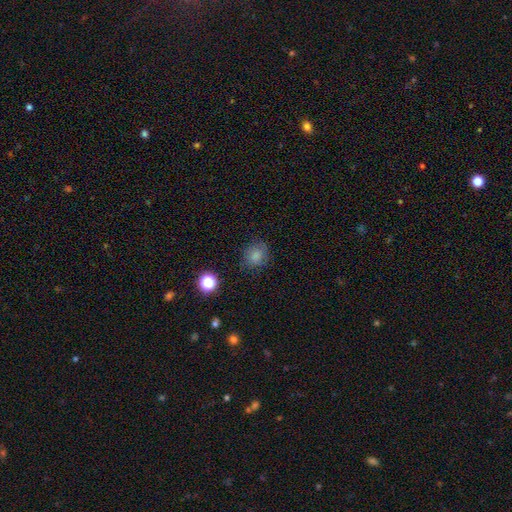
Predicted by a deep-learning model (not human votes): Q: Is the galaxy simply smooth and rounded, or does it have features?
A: smooth — 80%.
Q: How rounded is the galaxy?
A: round — 67%.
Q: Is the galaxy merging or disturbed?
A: none — 78%.